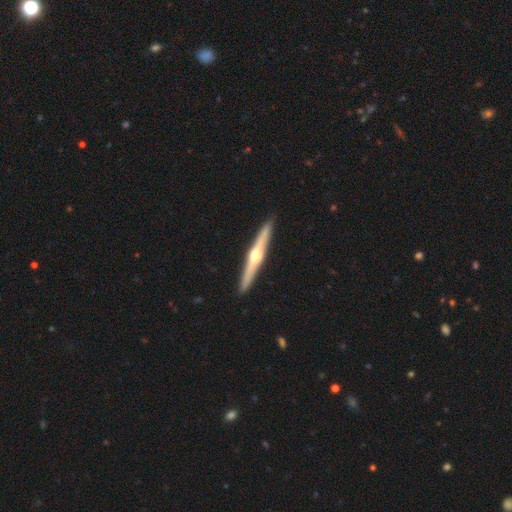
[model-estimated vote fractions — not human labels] The model was most divided on "smooth or featured": featured or disk: 75%, smooth: 20%, star or artifact: 5%. More confident: edge-on disk — yes (98%); merging — none (92%); edge-on bulge — rounded (92%).